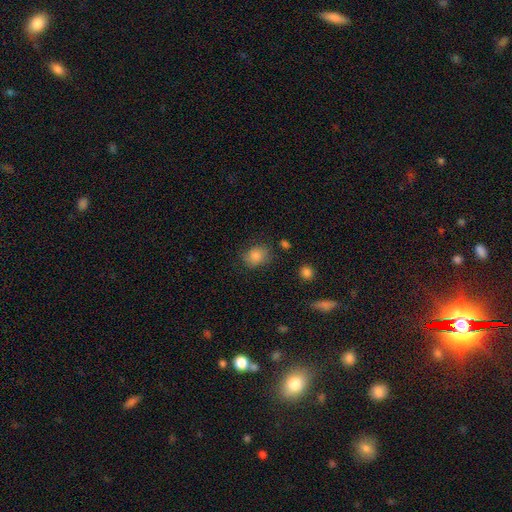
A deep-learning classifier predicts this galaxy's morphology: This appears to be a smooth galaxy with no disk features (84%) that is round (52%). Merging: none (76%).